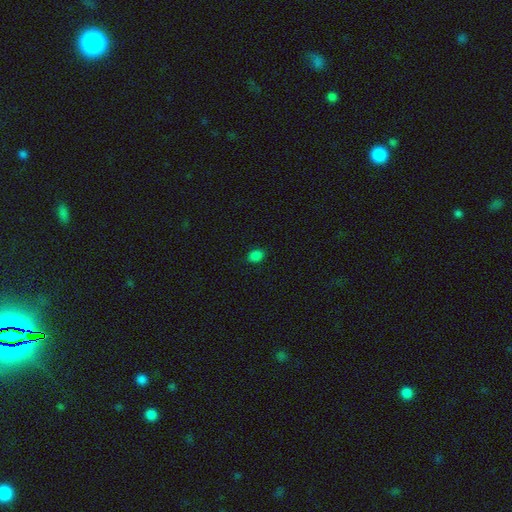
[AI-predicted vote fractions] A smooth galaxy with no disk features (83%) that is in between round and cigar-shaped (71%). Merging: none (87%).